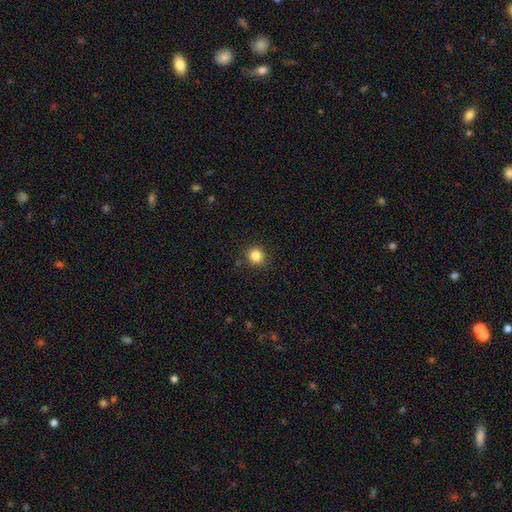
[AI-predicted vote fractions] Q: Smooth or featured?
A: smooth (84%); runner-up: star or artifact (11%)
Q: How rounded?
A: round (92%); runner-up: in between (7%)
Q: Merging?
A: none (90%); runner-up: minor disturbance (6%)